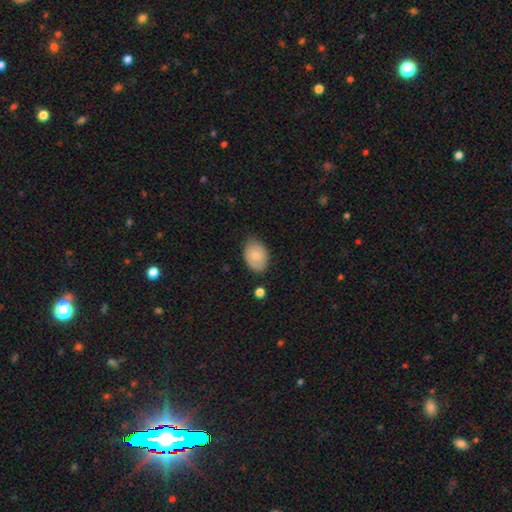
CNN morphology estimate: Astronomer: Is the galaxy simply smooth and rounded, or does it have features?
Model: smooth — 75%.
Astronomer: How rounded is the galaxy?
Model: in between — 77%.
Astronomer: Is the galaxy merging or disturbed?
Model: none — 72%.